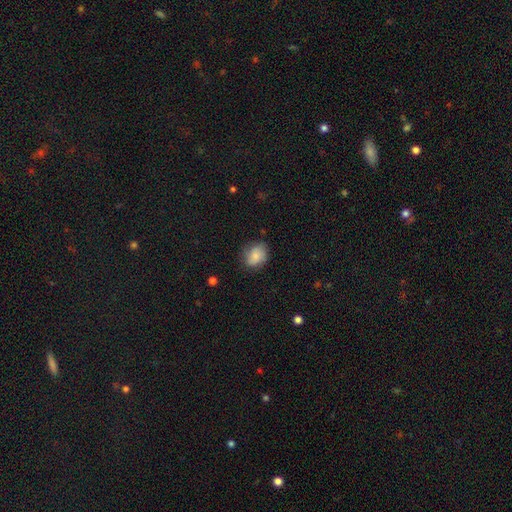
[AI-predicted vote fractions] Morphology: type=smooth (80%); roundness=in between (55%); merging=none (72%).